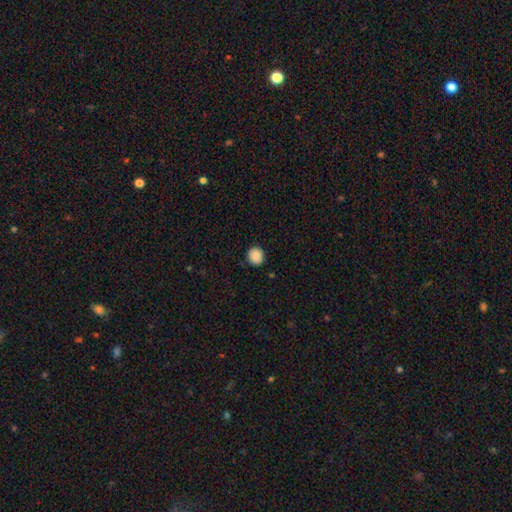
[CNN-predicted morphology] A smooth galaxy with no disk features (89%) that is round (75%). Merging: none (88%).